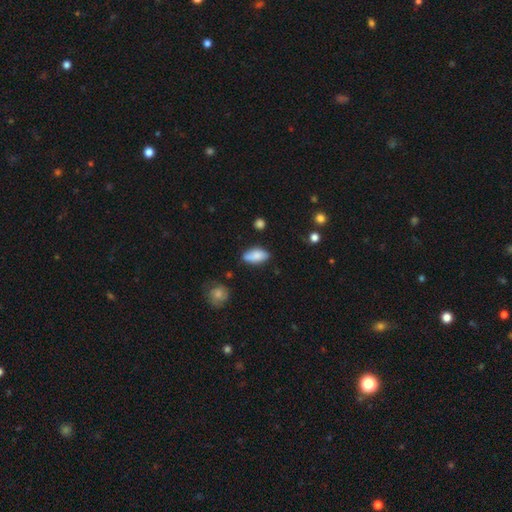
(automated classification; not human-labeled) smooth 84%, featured or disk 10%, star or artifact 7%. Down the decision tree: how rounded — in between (87%); merging — none (76%).